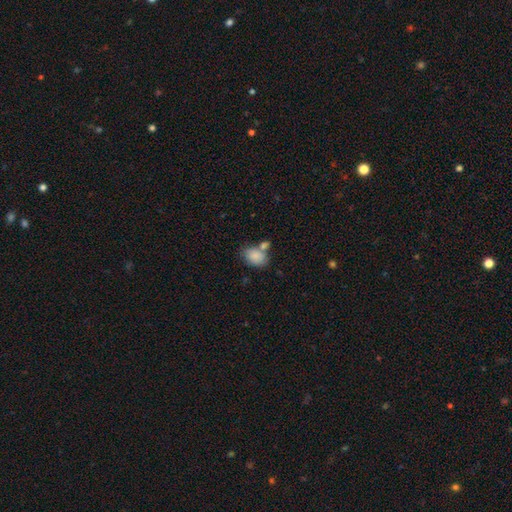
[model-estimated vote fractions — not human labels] The model was most divided on "merging": none: 48%, merger: 29%, minor disturbance: 17%, major disturbance: 6%. More confident: smooth or featured — smooth (85%); how rounded — in between (83%).